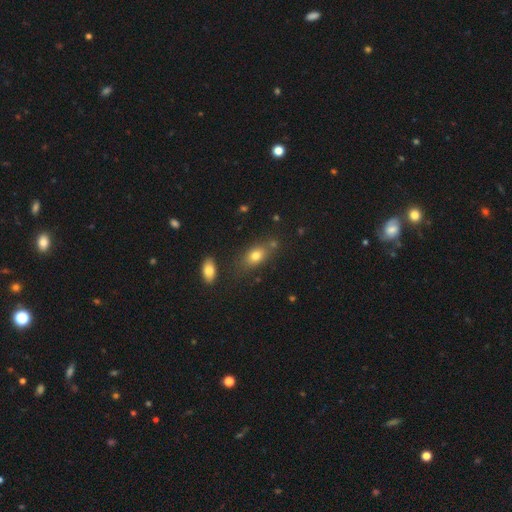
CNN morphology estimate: smooth-or-featured: smooth: 77% | featured or disk: 12% | star or artifact: 11%
  how-rounded: in between: 79% | round: 17% | cigar-shaped: 4%
  merging: none: 68% | minor disturbance: 15% | merger: 12% | major disturbance: 5%